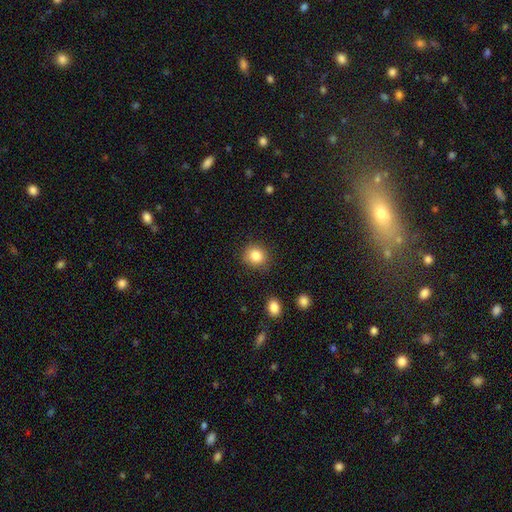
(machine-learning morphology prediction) Q: Smooth or featured?
A: smooth (85%); runner-up: star or artifact (10%)
Q: How rounded?
A: round (78%); runner-up: in between (21%)
Q: Merging?
A: none (86%); runner-up: minor disturbance (10%)